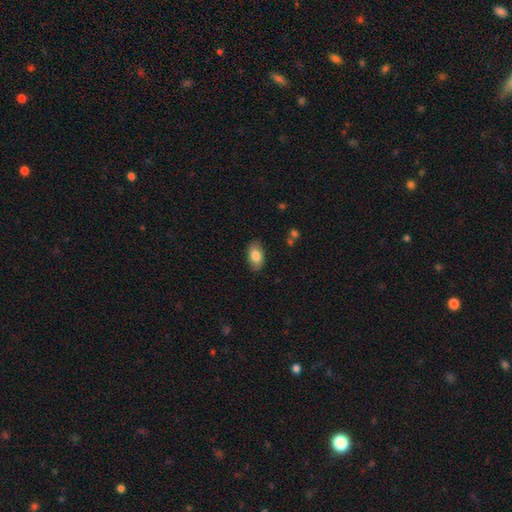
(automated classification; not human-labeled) smooth 83%, featured or disk 10%, star or artifact 7%. Down the decision tree: how rounded — in between (92%); merging — none (86%).